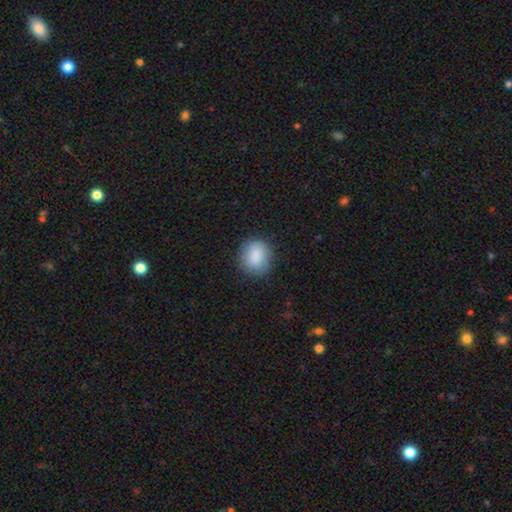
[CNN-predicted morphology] This appears to be a smooth galaxy with no disk features (87%) that is round (71%). Merging: none (83%).